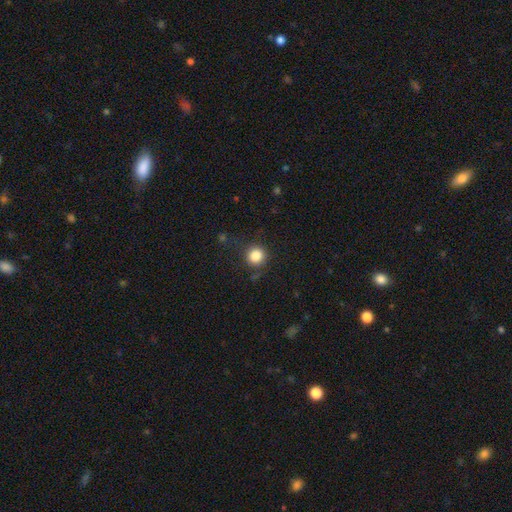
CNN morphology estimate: smooth-or-featured: smooth: 84% | star or artifact: 11% | featured or disk: 5%
  how-rounded: round: 92% | in between: 7% | cigar-shaped: 1%
  merging: none: 83% | minor disturbance: 11% | major disturbance: 4% | merger: 2%